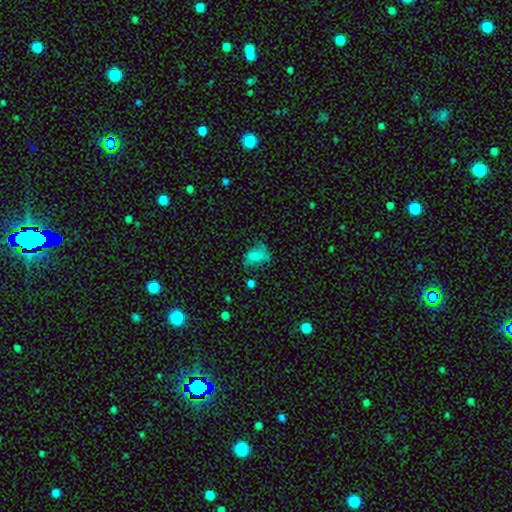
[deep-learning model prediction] A smooth galaxy with no disk features (62%) that is in between round and cigar-shaped (85%). Merging: none (38%).